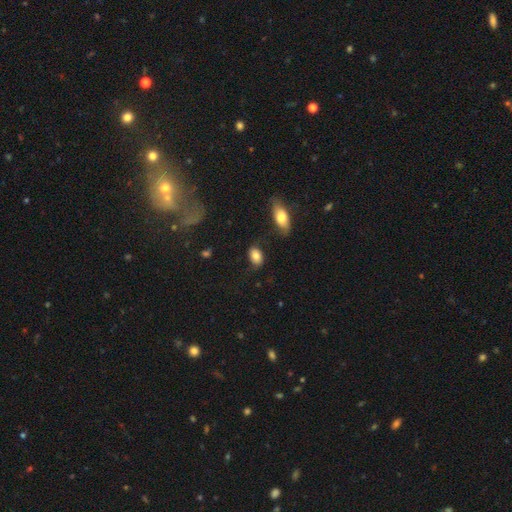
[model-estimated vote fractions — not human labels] Overall: smooth (82%). How rounded: in between (85%). Merging: none (74%).